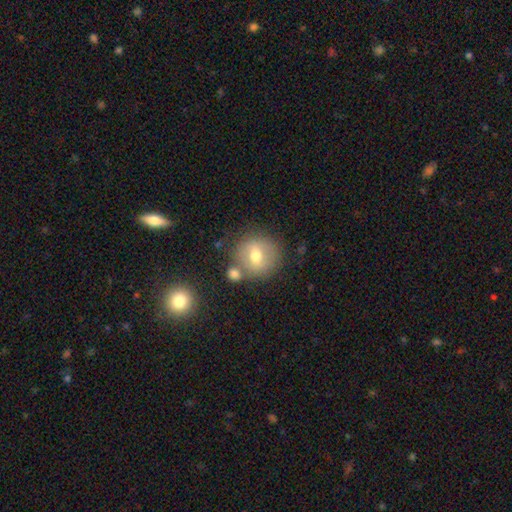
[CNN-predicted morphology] The model was most divided on "smooth or featured": smooth: 65%, featured or disk: 24%, star or artifact: 11%. More confident: how rounded — round (90%); merging — none (72%).